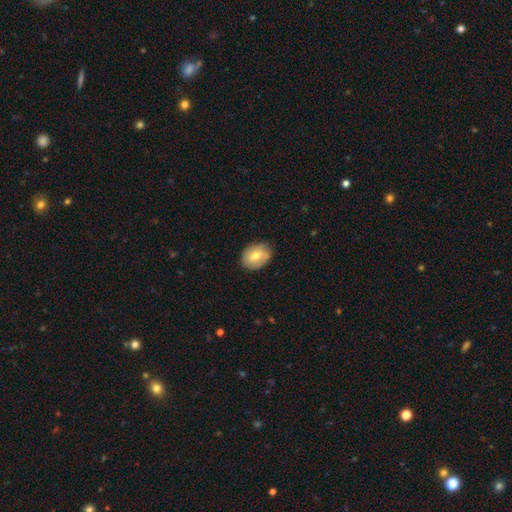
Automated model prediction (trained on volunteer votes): Q: Smooth or featured?
A: smooth (61%); runner-up: featured or disk (32%)
Q: How rounded?
A: in between (61%); runner-up: round (38%)
Q: Merging?
A: none (83%); runner-up: minor disturbance (14%)